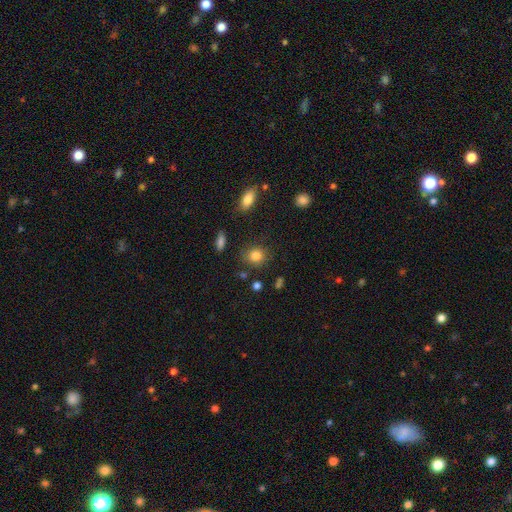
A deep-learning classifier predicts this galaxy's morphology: smooth_or_featured: smooth (p=0.84) [alt: star or artifact p=0.10]
how_rounded: round (p=0.74) [alt: in between p=0.25]
merging: none (p=0.79) [alt: minor disturbance p=0.13]